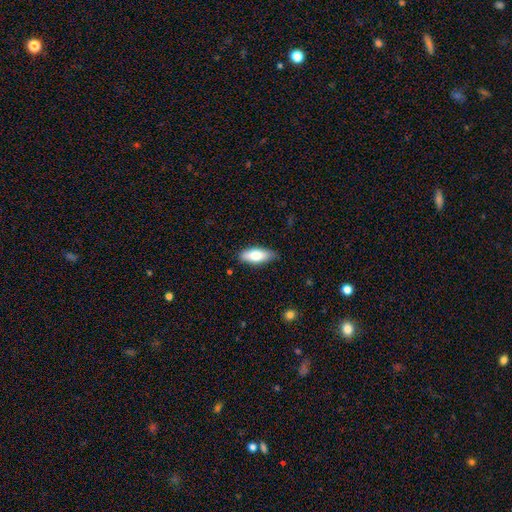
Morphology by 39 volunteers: This is likely a smooth galaxy (69%). How rounded: clearly in between (96%). Merging: likely none (78%).